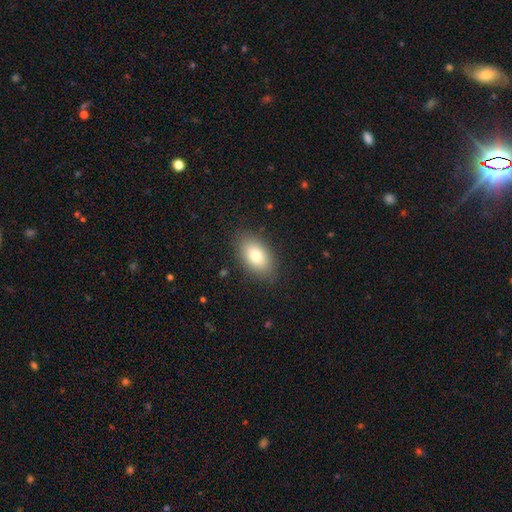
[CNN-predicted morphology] smooth_or_featured: smooth (p=0.79) [alt: featured or disk p=0.13]
how_rounded: in between (p=0.91) [alt: round p=0.06]
merging: none (p=0.85) [alt: minor disturbance p=0.11]